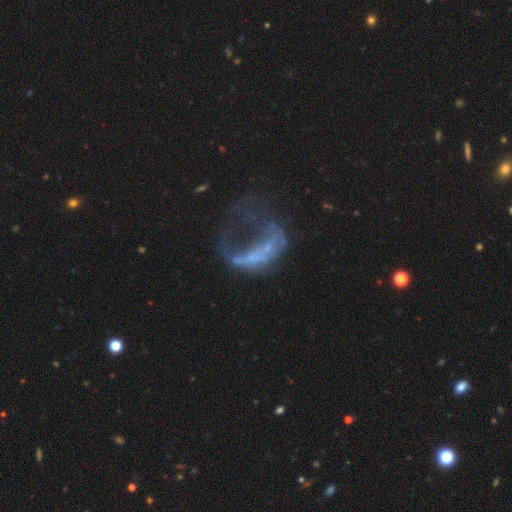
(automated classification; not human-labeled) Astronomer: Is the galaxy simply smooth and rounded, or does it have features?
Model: featured or disk — 58%.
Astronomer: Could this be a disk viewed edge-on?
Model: no — 96%.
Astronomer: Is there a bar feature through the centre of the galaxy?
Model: no — 84%.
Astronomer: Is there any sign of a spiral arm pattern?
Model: no — 85%.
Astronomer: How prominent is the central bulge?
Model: none — 70%.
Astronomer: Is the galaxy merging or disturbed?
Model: major disturbance — 59%.